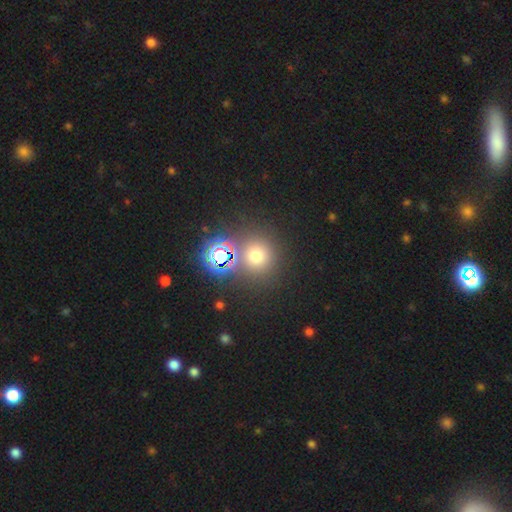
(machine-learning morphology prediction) The model was most divided on "smooth or featured": smooth: 60%, star or artifact: 32%, featured or disk: 8%. More confident: how rounded — round (91%); merging — none (77%).